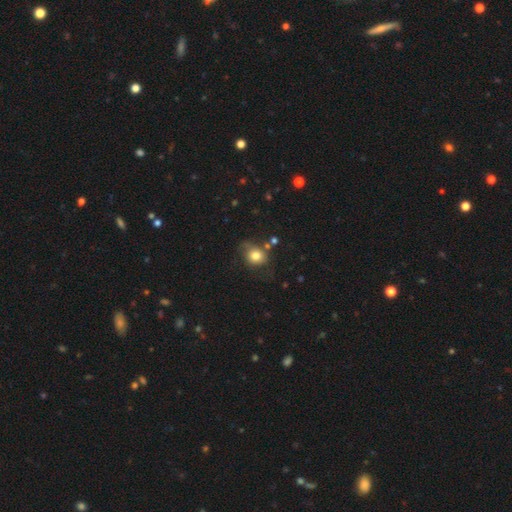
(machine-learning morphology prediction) type=smooth (78%); roundness=round (67%); merging=none (57%).